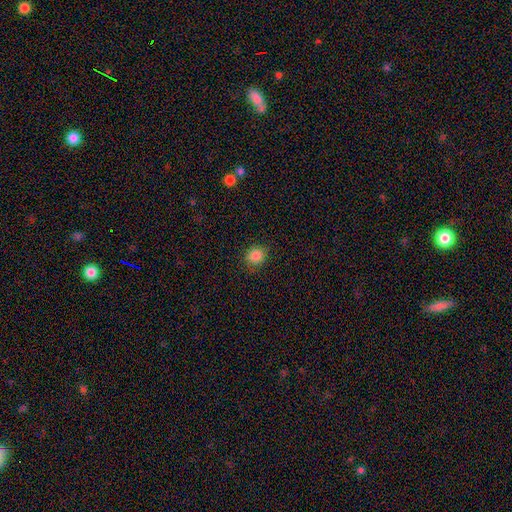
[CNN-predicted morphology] type=smooth (85%); roundness=round (82%); merging=none (88%).